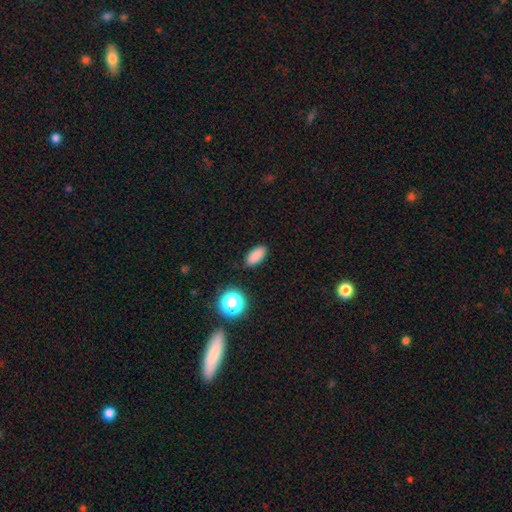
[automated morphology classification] Smooth or featured? Predicted: smooth (p=0.84). How rounded? Predicted: in between (p=0.87). Merging? Predicted: none (p=0.88).